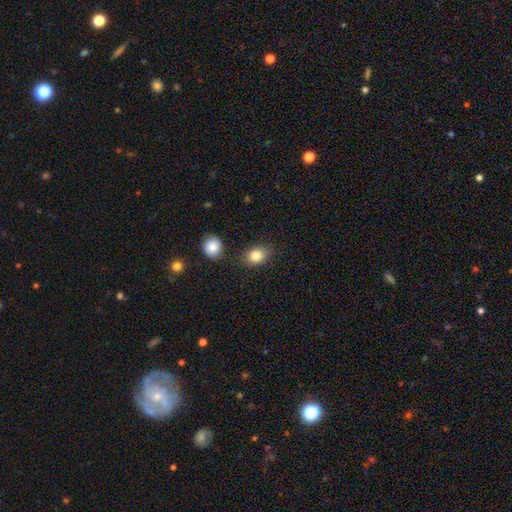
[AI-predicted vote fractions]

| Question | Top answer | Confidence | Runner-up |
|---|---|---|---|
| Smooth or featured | smooth | 83% | star or artifact (9%) |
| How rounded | in between | 66% | round (32%) |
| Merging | none | 80% | minor disturbance (11%) |